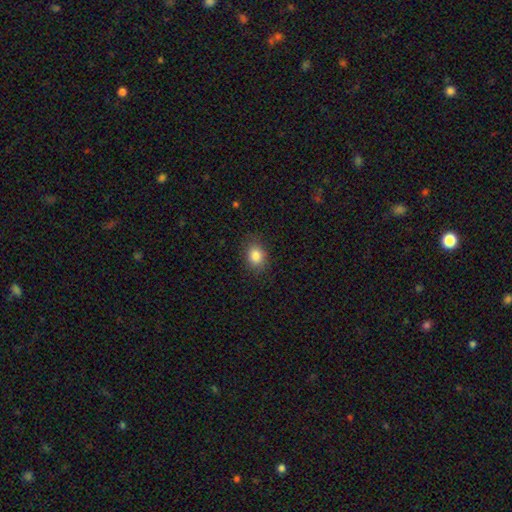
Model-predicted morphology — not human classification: A smooth galaxy with no disk features (84%) that is in between round and cigar-shaped (57%). Merging: none (82%).